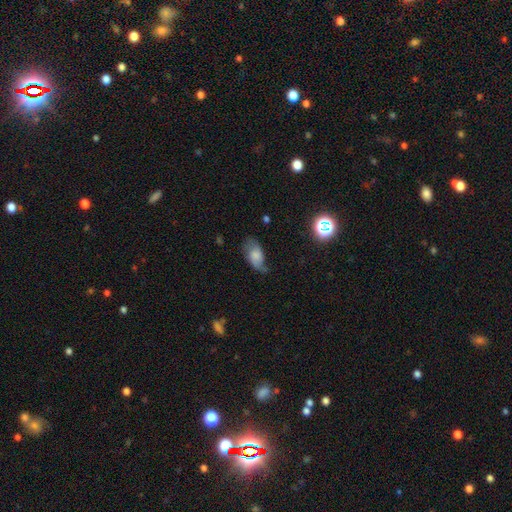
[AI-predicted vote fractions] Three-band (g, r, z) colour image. It shows a smooth galaxy with no disk features (59%) that is in between round and cigar-shaped (91%). Merging: none (47%).